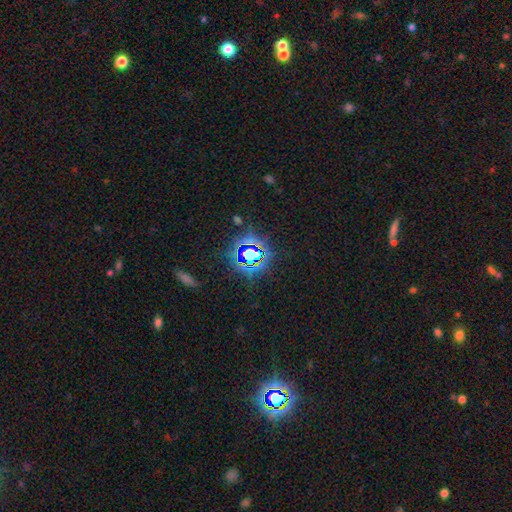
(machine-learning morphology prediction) A star or artifact, not a galaxy (78%).

Vote fractions:
- Smooth or featured? star or artifact: 78% / smooth: 14% / featured or disk: 8%